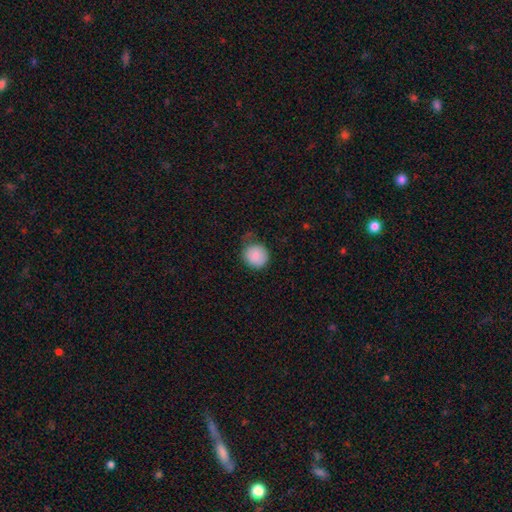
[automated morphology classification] smooth 87%, star or artifact 7%, featured or disk 6%. Down the decision tree: how rounded — round (88%); merging — none (53%).